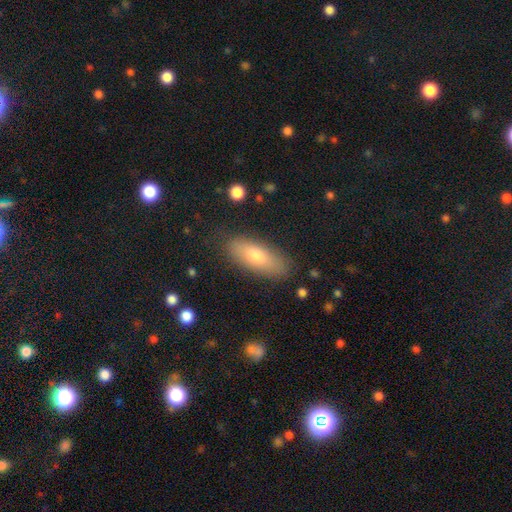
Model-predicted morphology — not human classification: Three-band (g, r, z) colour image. It shows a smooth galaxy with no disk features (72%) that is in between round and cigar-shaped (71%). Merging: none (84%).